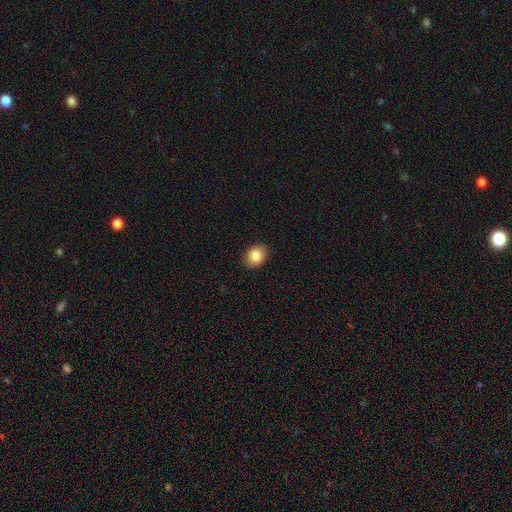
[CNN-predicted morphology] The model was most divided on "how rounded": in between: 61%, round: 38%, cigar-shaped: 1%. More confident: merging — none (89%); smooth or featured — smooth (86%).